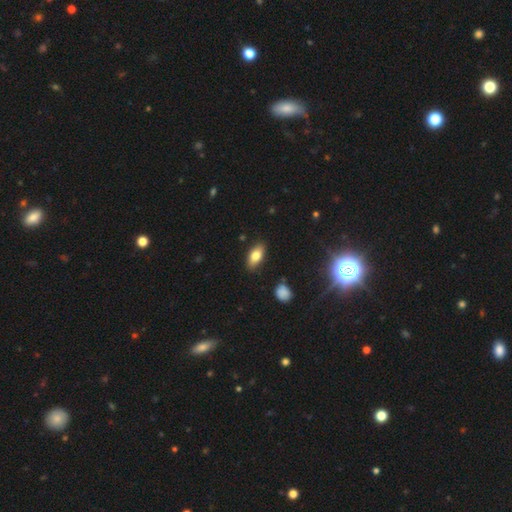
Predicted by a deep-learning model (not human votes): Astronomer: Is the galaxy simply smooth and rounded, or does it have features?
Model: smooth — 79%.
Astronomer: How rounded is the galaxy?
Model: in between — 89%.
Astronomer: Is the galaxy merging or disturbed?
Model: none — 85%.